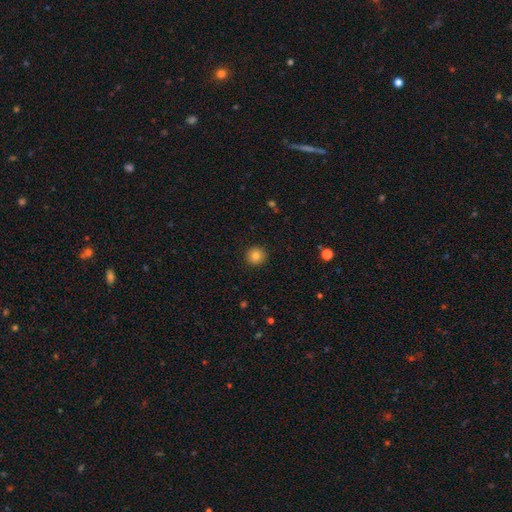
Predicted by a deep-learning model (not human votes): A smooth galaxy with no disk features (83%) that is round (95%).

Vote fractions:
- Smooth or featured? smooth: 83% / star or artifact: 11% / featured or disk: 6%
- How rounded? round: 95% / in between: 4% / cigar-shaped: 1%
- Merging? none: 92% / minor disturbance: 5% / major disturbance: 2% / merger: 1%